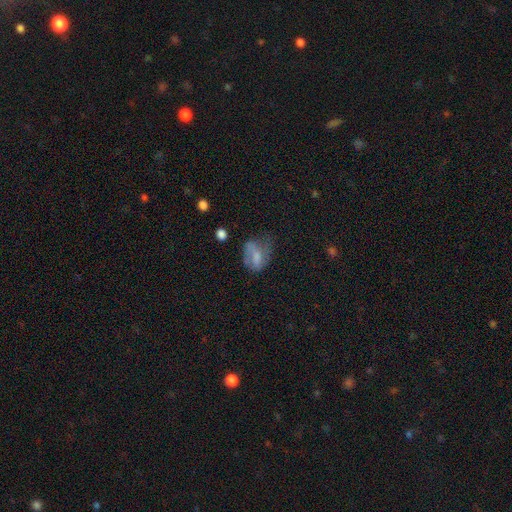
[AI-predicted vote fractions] Q: Smooth or featured?
A: smooth (58%); runner-up: featured or disk (32%)
Q: How rounded?
A: in between (75%); runner-up: round (22%)
Q: Merging?
A: major disturbance (35%); runner-up: none (31%)